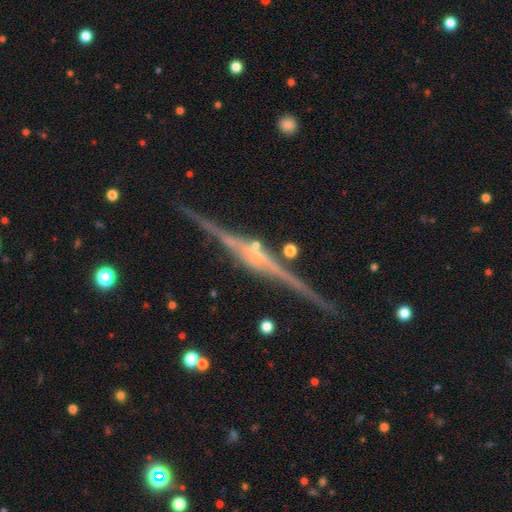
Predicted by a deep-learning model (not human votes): Q: Smooth or featured?
A: featured or disk (88%); runner-up: star or artifact (6%)
Q: Edge-on disk?
A: yes (98%); runner-up: no (2%)
Q: Edge-on bulge?
A: rounded (59%); runner-up: boxy (25%)
Q: Merging?
A: none (89%); runner-up: minor disturbance (7%)